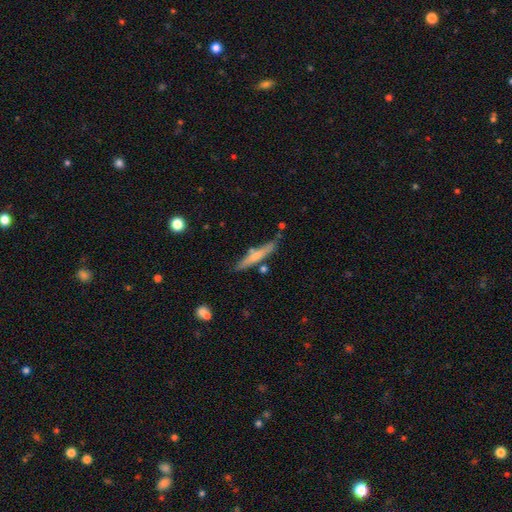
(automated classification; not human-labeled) Morphology: type=smooth (58%); roundness=cigar-shaped (92%); merging=none (78%).